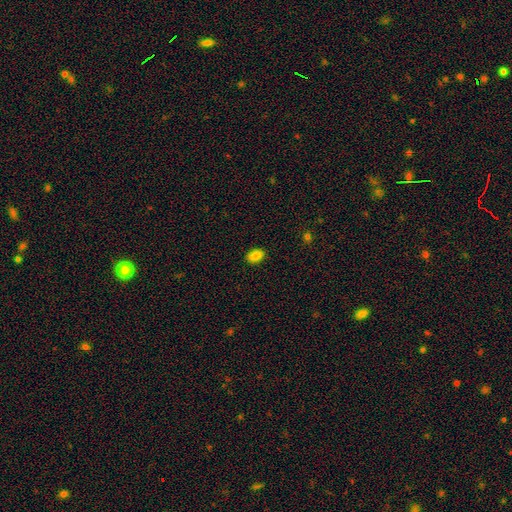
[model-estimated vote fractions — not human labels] This appears to be a smooth galaxy with no disk features (85%) that is in between round and cigar-shaped (84%). Merging: none (89%).